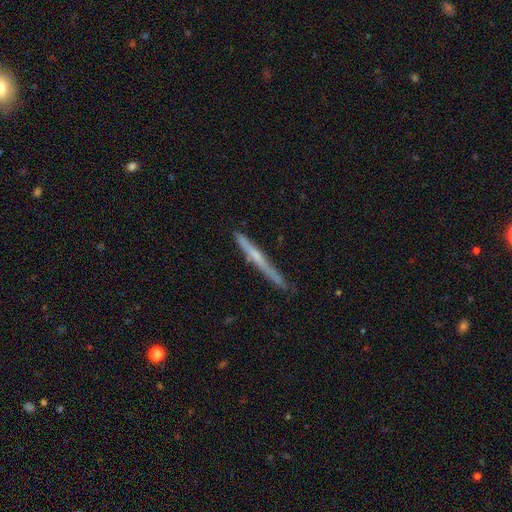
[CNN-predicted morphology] smooth_or_featured: featured or disk (p=0.55) [alt: smooth p=0.39]
disk_edge_on: yes (p=0.97) [alt: no p=0.03]
edge_on_bulge: none (p=0.66) [alt: rounded p=0.28]
merging: none (p=0.82) [alt: minor disturbance p=0.14]